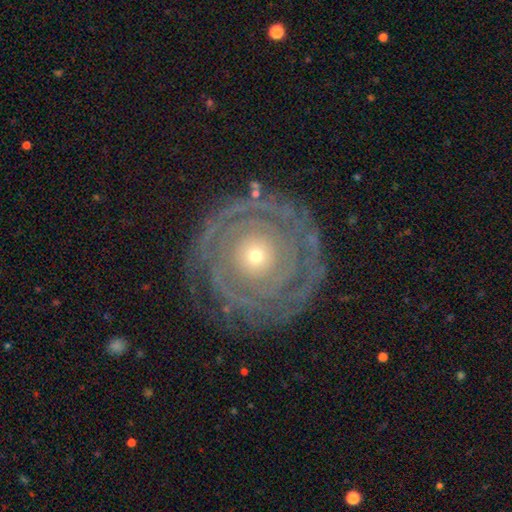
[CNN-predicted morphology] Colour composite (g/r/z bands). It shows a featured or disk galaxy (85%) with no bar (87%), tight (85%) spiral arms (90%) and a small central bulge (68%). Merging: none (78%).